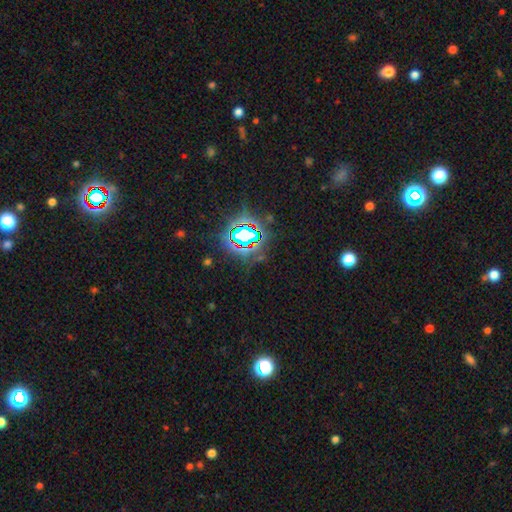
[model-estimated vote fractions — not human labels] This is likely a star or artifact rather than a galaxy (80%).